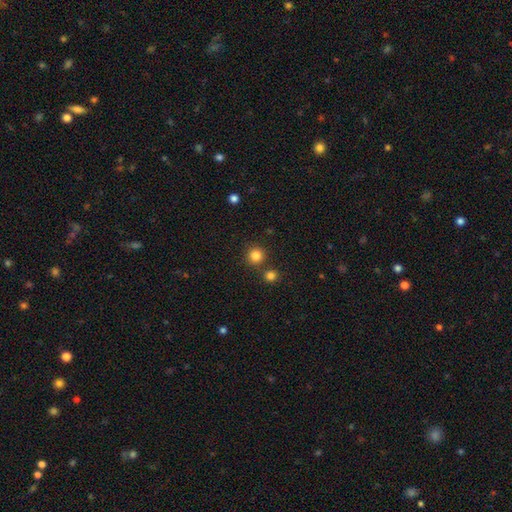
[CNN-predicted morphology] Smooth or featured: smooth — 83% (star or artifact — 12%)
How rounded: round — 94% (in between — 5%)
Merging: none — 83% (merger — 9%)